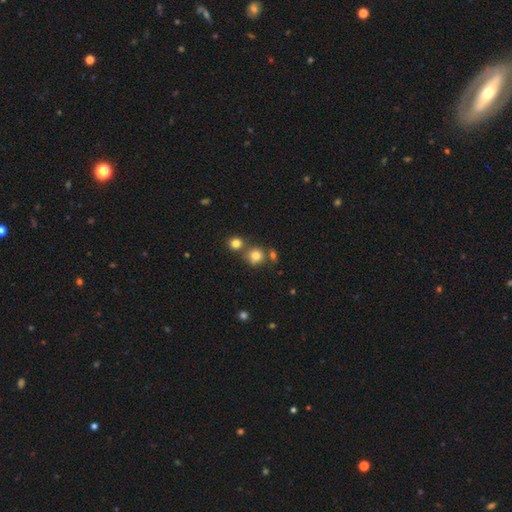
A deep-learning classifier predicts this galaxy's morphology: This is likely a smooth galaxy (79%). How rounded: clearly round (83%). Merging: likely none (60%).